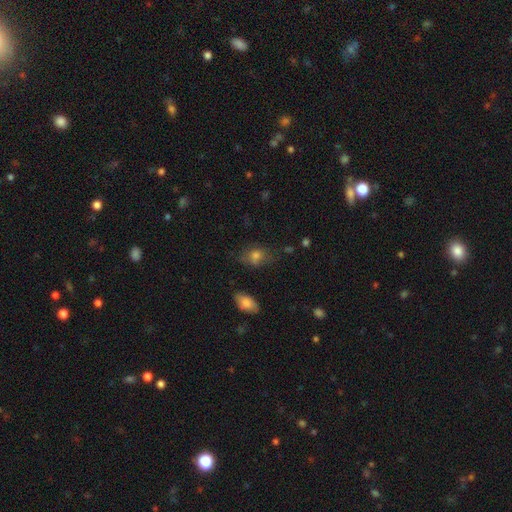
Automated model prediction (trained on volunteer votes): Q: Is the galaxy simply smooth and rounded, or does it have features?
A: smooth — 72%.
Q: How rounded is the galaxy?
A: in between — 71%.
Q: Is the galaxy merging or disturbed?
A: none — 63%.